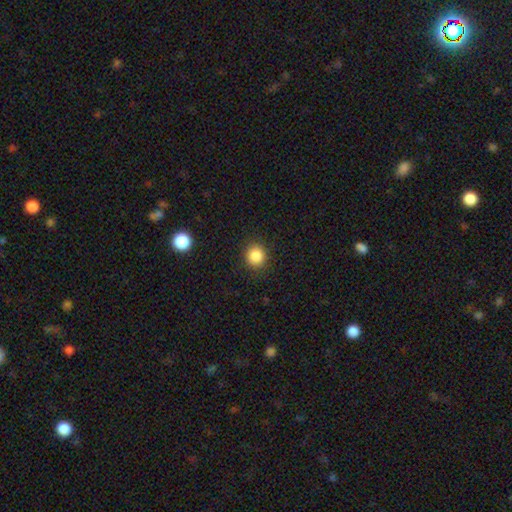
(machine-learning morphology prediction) type=smooth (86%); roundness=round (90%); merging=none (90%).